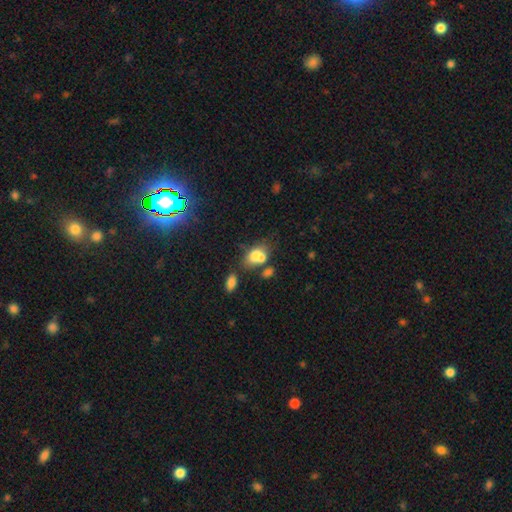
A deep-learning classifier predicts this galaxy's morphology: Smooth or featured: smooth — 71% (featured or disk — 18%)
How rounded: in between — 76% (round — 22%)
Merging: merger — 47% (none — 29%)